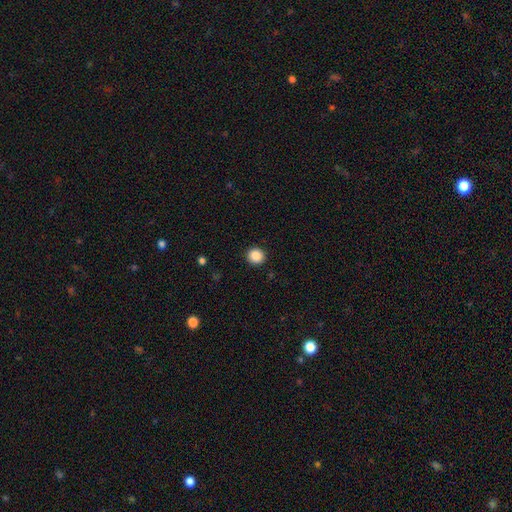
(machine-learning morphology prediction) smooth_or_featured: smooth (p=0.87) [alt: star or artifact p=0.10]
how_rounded: round (p=0.91) [alt: in between p=0.08]
merging: none (p=0.92) [alt: minor disturbance p=0.05]